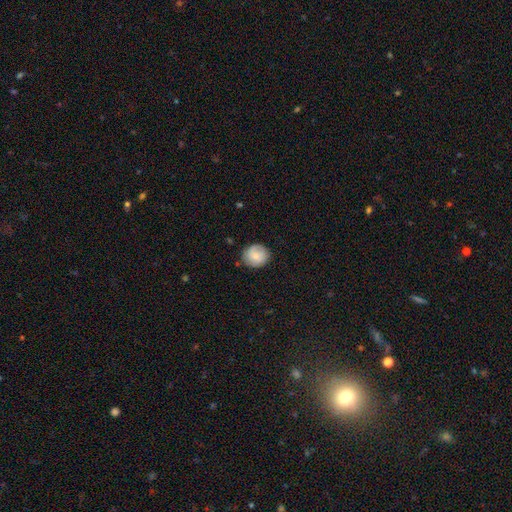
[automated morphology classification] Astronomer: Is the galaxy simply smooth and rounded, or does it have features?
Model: smooth — 70%.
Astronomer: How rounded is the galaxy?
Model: round — 83%.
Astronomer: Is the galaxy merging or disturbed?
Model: none — 77%.